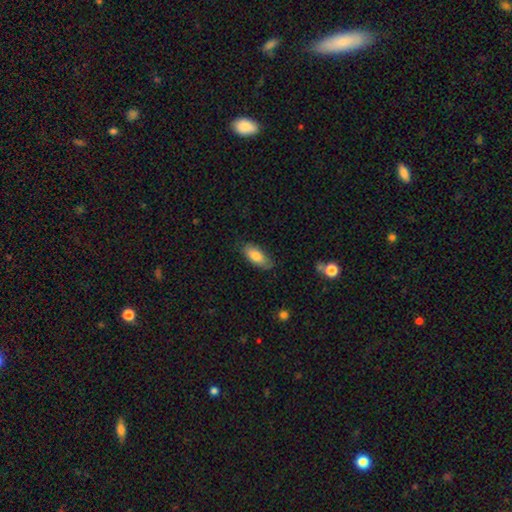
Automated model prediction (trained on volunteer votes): Smooth or featured? Predicted: smooth (p=0.81). How rounded? Predicted: in between (p=0.83). Merging? Predicted: none (p=0.78).